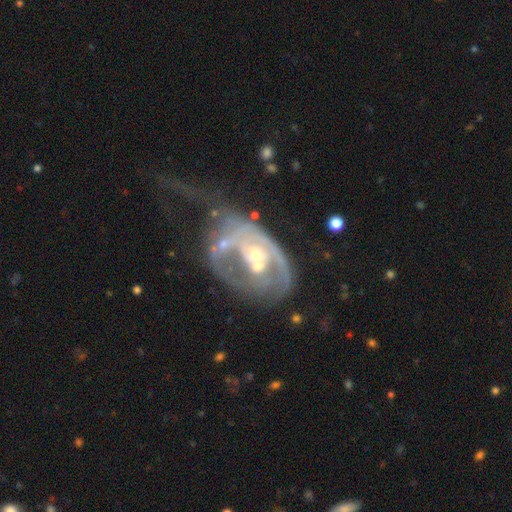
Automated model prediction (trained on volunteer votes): The model was most divided on "merging": merger: 38%, major disturbance: 36%, none: 15%, minor disturbance: 12%. Remaining: edge-on disk — no (96%); smooth or featured — featured or disk (77%); bar — no (73%); spiral arms — yes (60%); bulge size — moderate (48%).